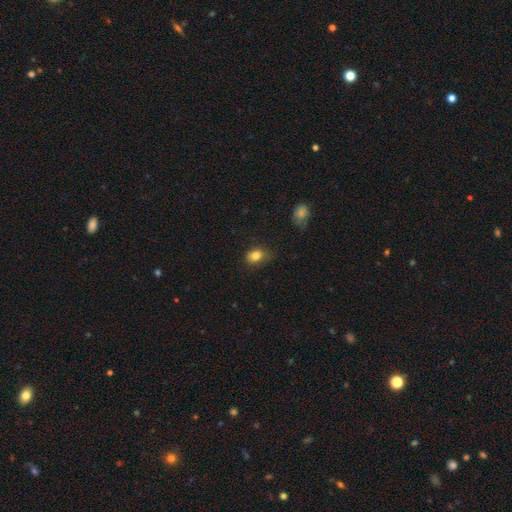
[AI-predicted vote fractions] Smooth or featured? smooth (82%)
How rounded? in between (66%)
Merging? none (67%)